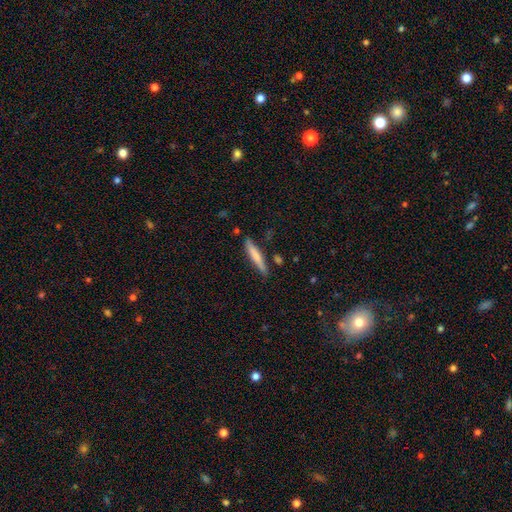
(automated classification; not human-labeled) smooth-or-featured: smooth: 70% | featured or disk: 25% | star or artifact: 6%
  how-rounded: cigar-shaped: 93% | in between: 6% | round: 1%
  merging: none: 82% | minor disturbance: 13% | merger: 3% | major disturbance: 2%